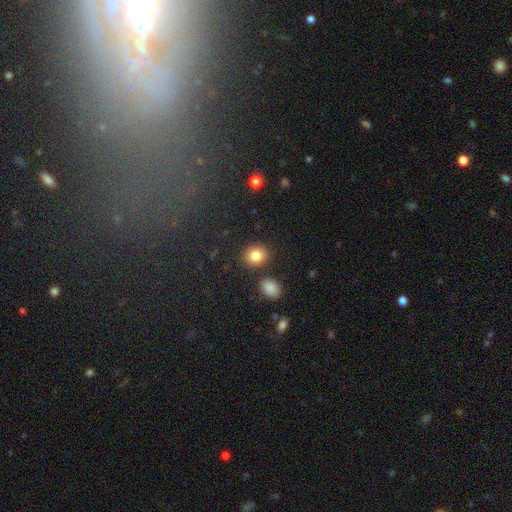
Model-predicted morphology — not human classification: smooth-or-featured: smooth: 84% | star or artifact: 10% | featured or disk: 6%
  how-rounded: round: 71% | in between: 28% | cigar-shaped: 1%
  merging: none: 82% | minor disturbance: 9% | merger: 6% | major disturbance: 3%